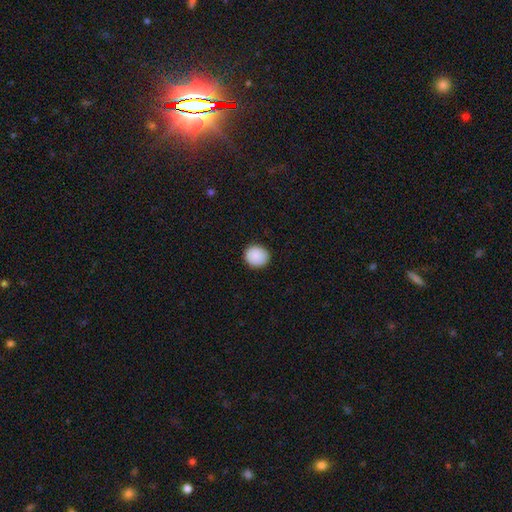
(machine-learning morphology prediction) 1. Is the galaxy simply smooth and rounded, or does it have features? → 90% smooth, 7% star or artifact, 3% featured or disk.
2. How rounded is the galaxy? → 86% round, 13% in between, 1% cigar-shaped.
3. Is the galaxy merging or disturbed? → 91% none, 7% minor disturbance, 2% major disturbance, 1% merger.